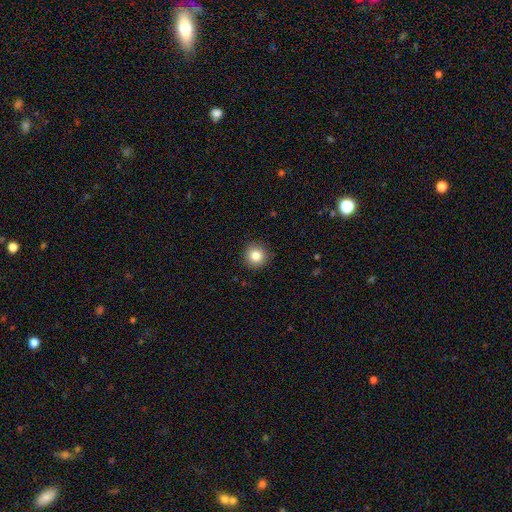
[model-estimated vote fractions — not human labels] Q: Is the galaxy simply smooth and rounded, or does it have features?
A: smooth — 84%.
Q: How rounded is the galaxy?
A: round — 95%.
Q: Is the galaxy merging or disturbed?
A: none — 91%.